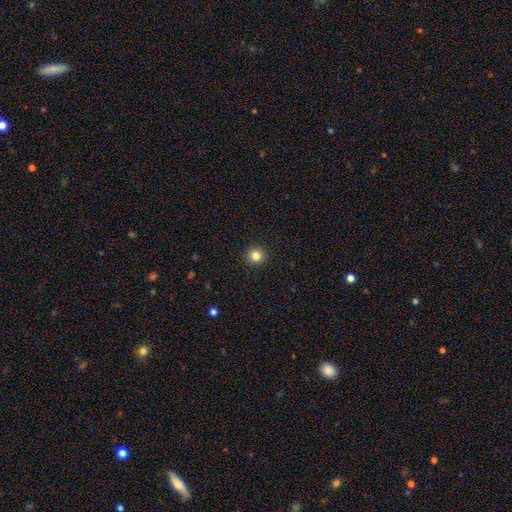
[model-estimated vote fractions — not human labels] Smooth or featured: smooth — 83% (star or artifact — 12%)
How rounded: round — 92% (in between — 7%)
Merging: none — 93% (minor disturbance — 5%)